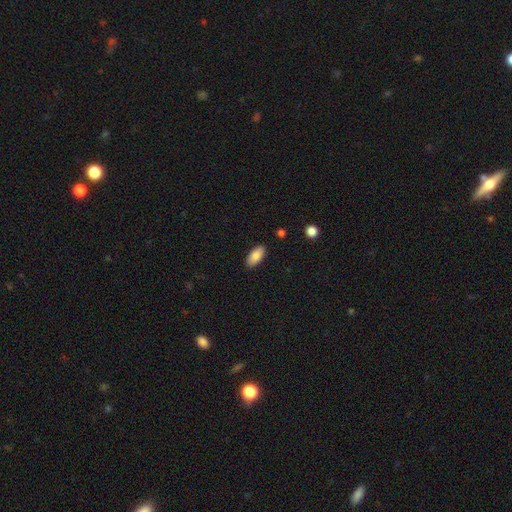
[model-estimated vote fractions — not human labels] Smooth or featured? smooth (86%)
How rounded? in between (89%)
Merging? none (88%)